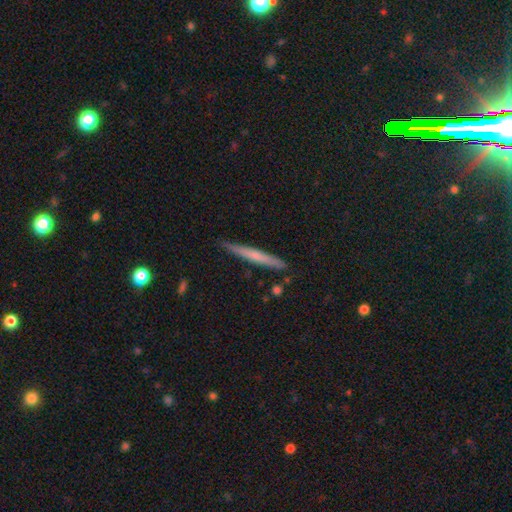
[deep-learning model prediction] Morphology: type=smooth (52%); roundness=cigar-shaped (96%); merging=none (87%).